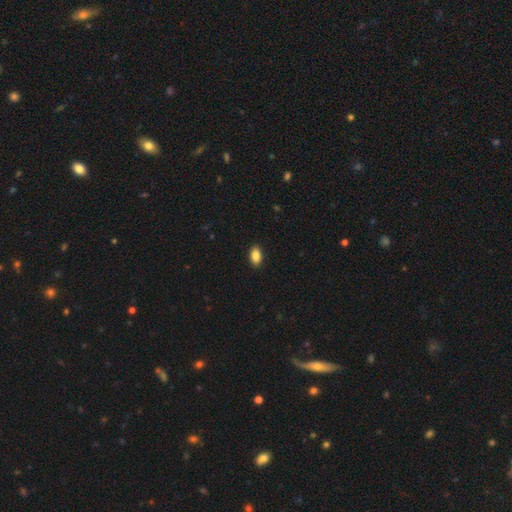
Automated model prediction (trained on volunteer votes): Morphology: type=smooth (88%); roundness=in between (91%); merging=none (90%).